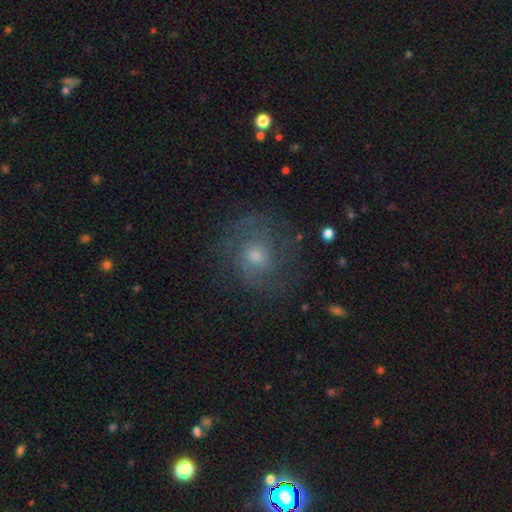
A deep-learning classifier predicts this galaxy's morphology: This appears to be a featured or disk galaxy (56%) with no bar (77%), spiral arms (79%) and a moderate central bulge (49%). Merging: none (69%).